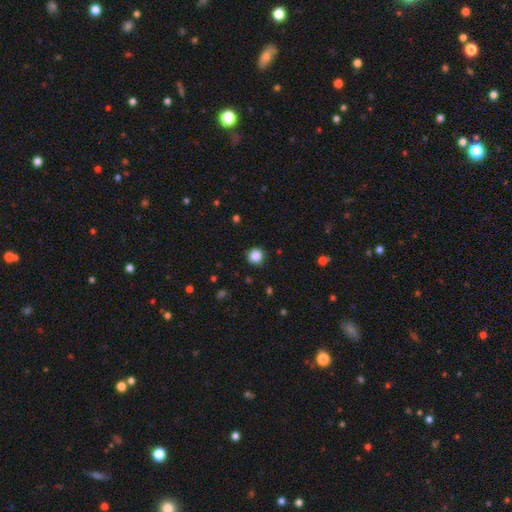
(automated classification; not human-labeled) smooth_or_featured: smooth (p=0.85) [alt: star or artifact p=0.11]
how_rounded: round (p=0.95) [alt: in between p=0.05]
merging: none (p=0.92) [alt: minor disturbance p=0.05]